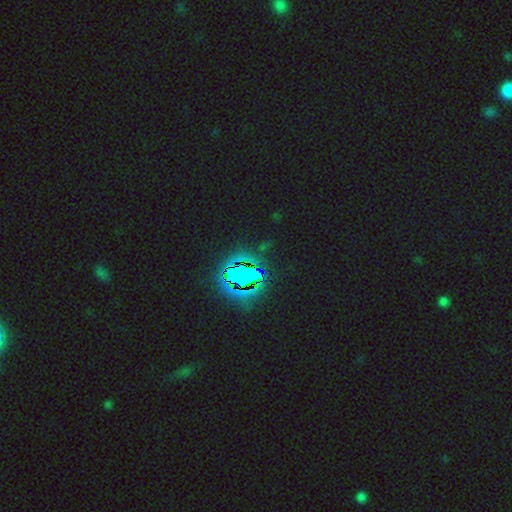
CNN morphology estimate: This appears to be a star or artifact, not a galaxy (84%).